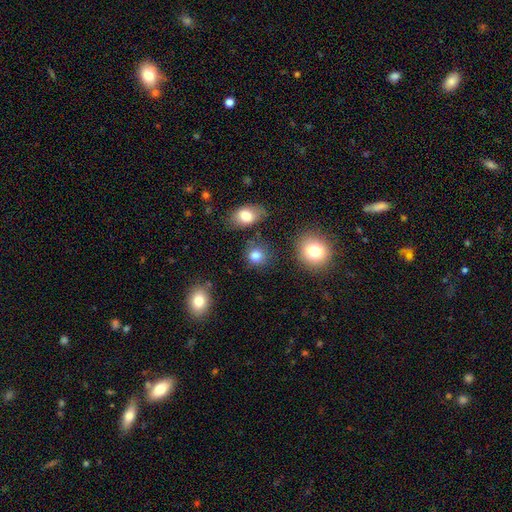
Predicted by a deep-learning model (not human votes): Smooth or featured? Predicted: smooth (p=0.82). How rounded? Predicted: round (p=0.85). Merging? Predicted: none (p=0.81).